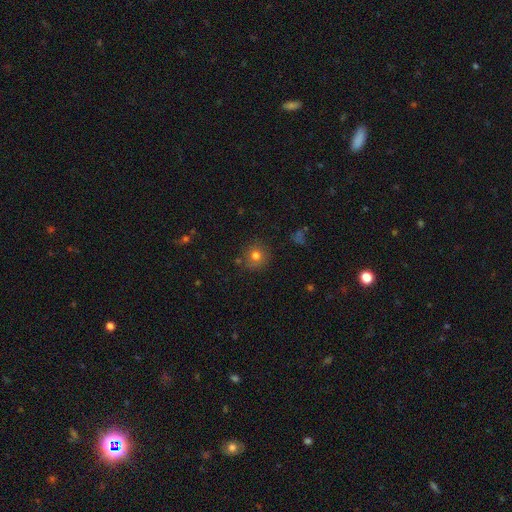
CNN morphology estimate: smooth 76%, star or artifact 14%, featured or disk 10%. Down the decision tree: how rounded — round (92%); merging — none (82%).